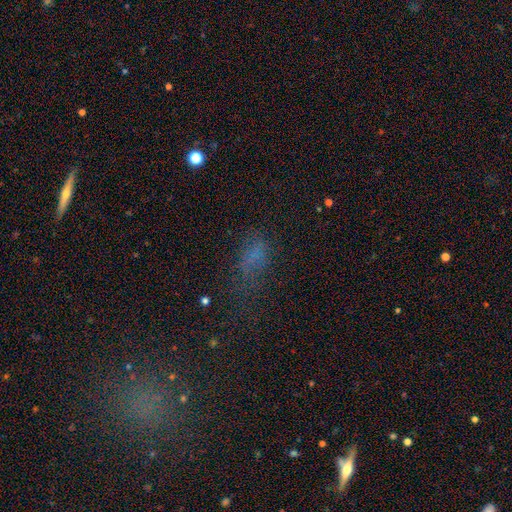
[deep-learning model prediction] The model was most divided on "merging": none: 40%, major disturbance: 32%, minor disturbance: 24%, merger: 4%. More confident: how rounded — in between (75%); smooth or featured — smooth (53%).